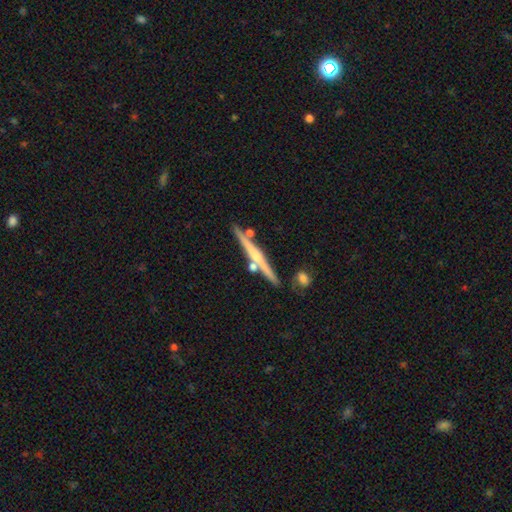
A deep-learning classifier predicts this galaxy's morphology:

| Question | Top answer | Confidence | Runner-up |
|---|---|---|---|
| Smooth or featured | featured or disk | 65% | smooth (28%) |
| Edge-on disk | yes | 98% | no (2%) |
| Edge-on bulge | rounded | 61% | none (31%) |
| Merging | none | 80% | minor disturbance (10%) |